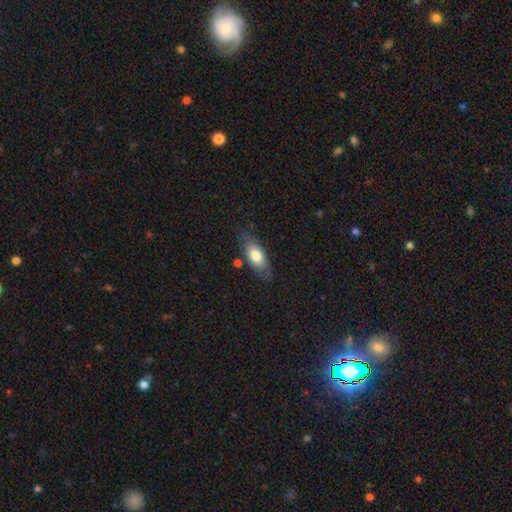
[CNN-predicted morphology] type=smooth (75%); roundness=in between (84%); merging=none (75%).